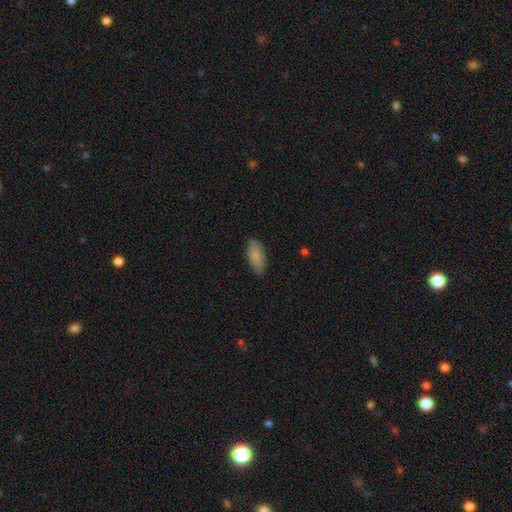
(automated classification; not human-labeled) smooth_or_featured: smooth (p=0.81) [alt: featured or disk p=0.13]
how_rounded: in between (p=0.87) [alt: cigar-shaped p=0.11]
merging: none (p=0.78) [alt: minor disturbance p=0.18]